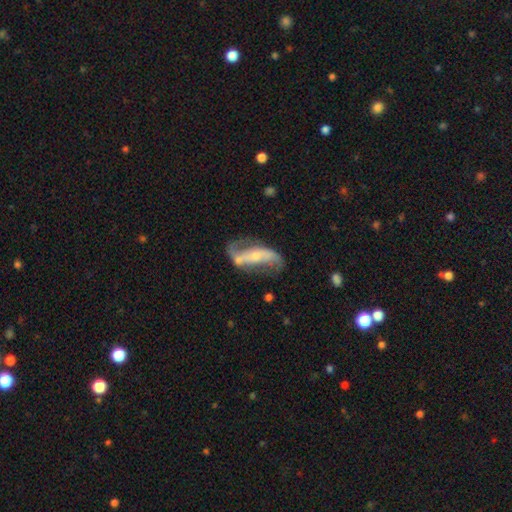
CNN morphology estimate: Smooth or featured: featured or disk — 83% (smooth — 12%)
Edge-on disk: no — 94% (yes — 6%)
Bar: strong — 40% (no — 32%)
Spiral arms: yes — 91% (no — 9%)
Spiral winding: loose — 66% (medium — 25%)
Spiral arm count: 2 — 90% (can't tell — 4%)
Bulge size: small — 62% (moderate — 31%)
Merging: none — 58% (minor disturbance — 19%)